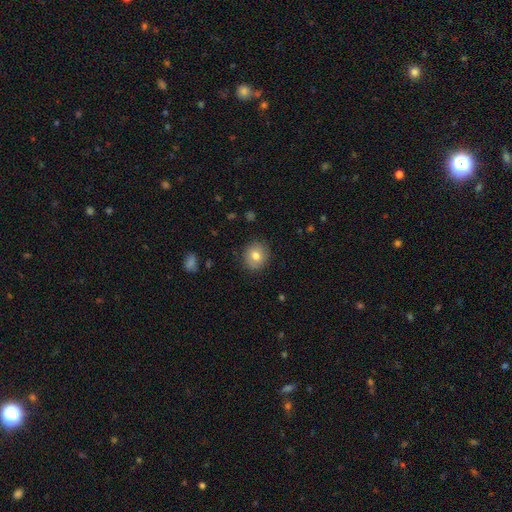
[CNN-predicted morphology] Smooth or featured? Predicted: smooth (p=0.78). How rounded? Predicted: round (p=0.77). Merging? Predicted: none (p=0.87).